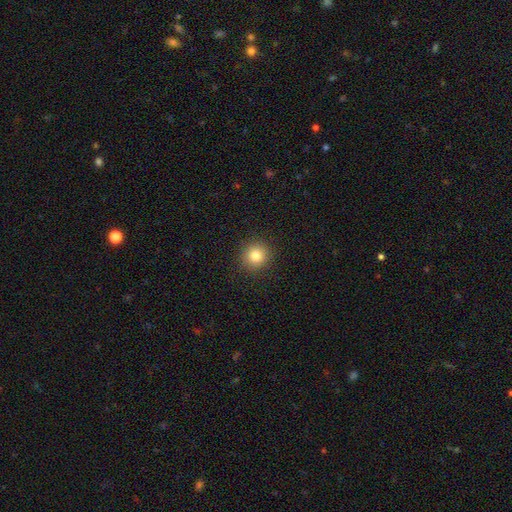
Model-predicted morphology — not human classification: smooth 82%, star or artifact 12%, featured or disk 6%. Down the decision tree: how rounded — round (93%); merging — none (91%).